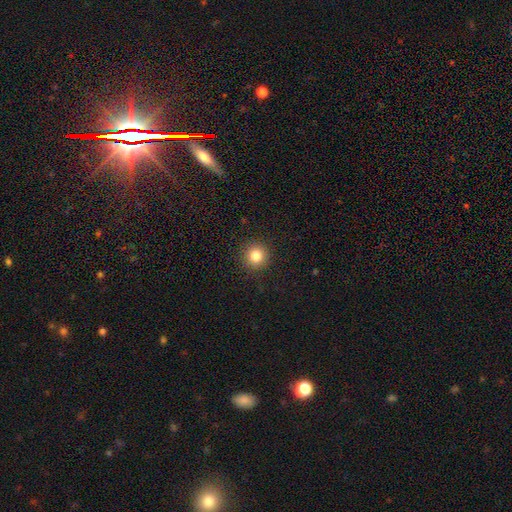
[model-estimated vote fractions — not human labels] smooth-or-featured: smooth: 82% | star or artifact: 12% | featured or disk: 6%
  how-rounded: round: 95% | in between: 4% | cigar-shaped: 1%
  merging: none: 92% | minor disturbance: 5% | major disturbance: 2% | merger: 1%